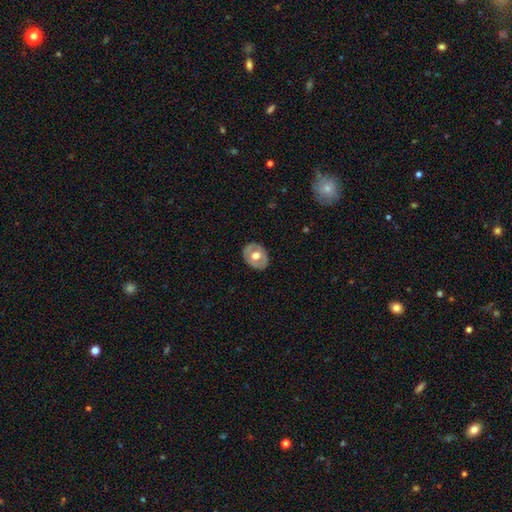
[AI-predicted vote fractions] Smooth or featured? Predicted: smooth (p=0.48). Merging? Predicted: none (p=0.83).